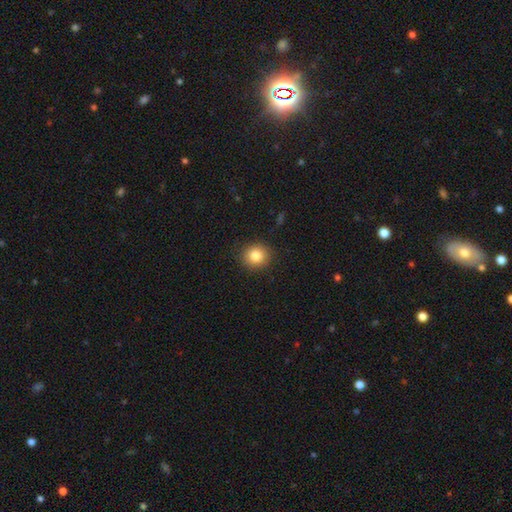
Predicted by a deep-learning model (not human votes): Smooth or featured? smooth (84%)
How rounded? round (87%)
Merging? none (90%)